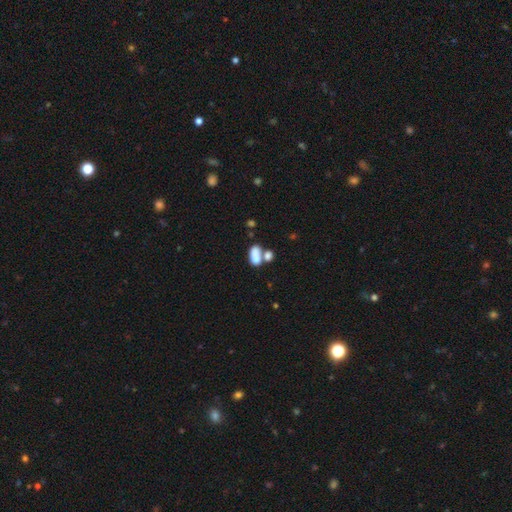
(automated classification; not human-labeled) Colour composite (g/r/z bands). It shows a smooth galaxy with no disk features (76%) that is in between round and cigar-shaped (87%). Merging: merger (56%).